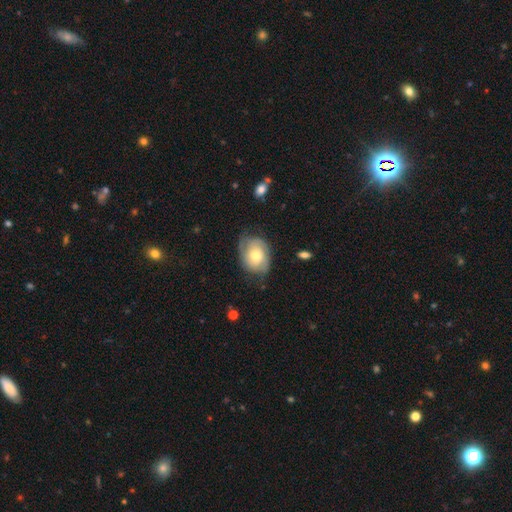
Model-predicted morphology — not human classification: This is possibly a featured or disk galaxy (55%). It is clearly not viewed edge-on (96%). Bar: likely no (76%). Spiral arm pattern: clearly yes (80%). Central bulge: likely moderate (68%). Merging: likely none (61%).